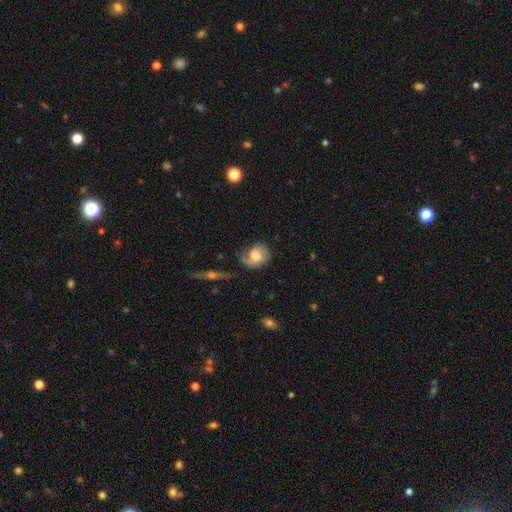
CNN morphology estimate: smooth-or-featured: featured or disk: 49% | smooth: 44% | star or artifact: 8%
  merging: none: 57% | minor disturbance: 27% | major disturbance: 13% | merger: 3%